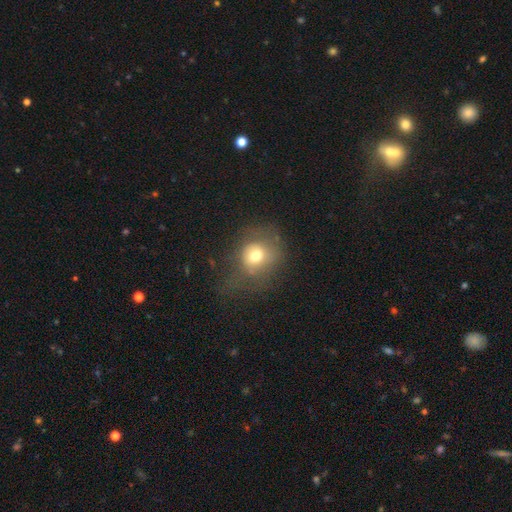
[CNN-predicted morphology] A smooth galaxy with no disk features (69%) that is round (75%). Merging: none (44%).